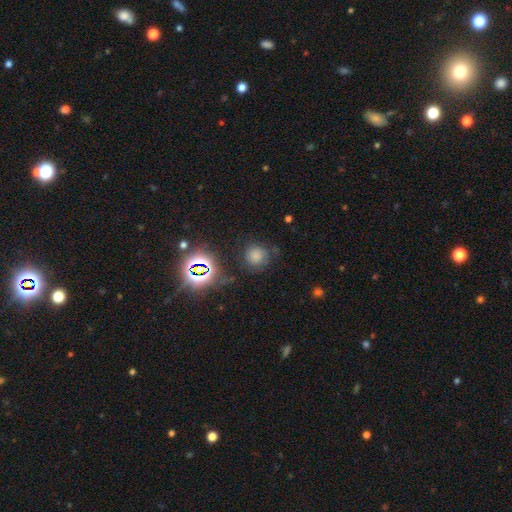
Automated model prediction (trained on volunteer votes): A smooth galaxy with no disk features (66%) that is round (89%). Merging: none (71%).